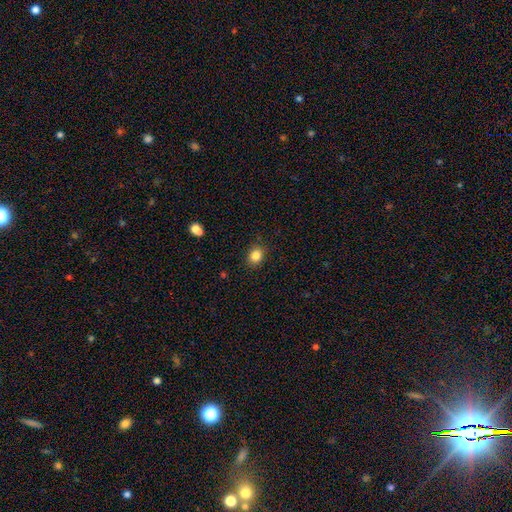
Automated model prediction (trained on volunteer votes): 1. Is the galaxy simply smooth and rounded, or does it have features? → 85% smooth, 11% star or artifact, 5% featured or disk.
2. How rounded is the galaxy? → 56% round, 43% in between, 1% cigar-shaped.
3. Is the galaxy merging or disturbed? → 87% none, 9% minor disturbance, 2% major disturbance, 1% merger.